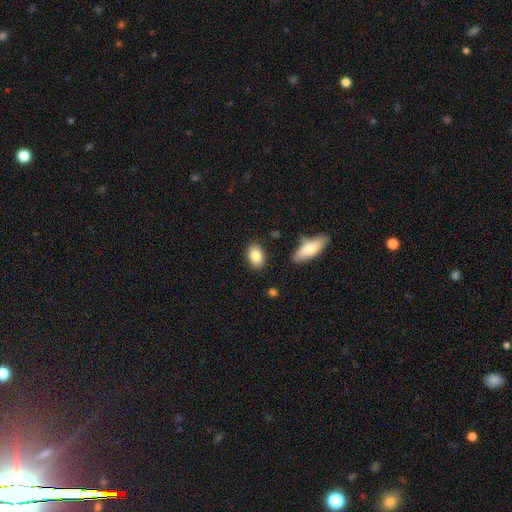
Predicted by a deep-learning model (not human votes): The model was most divided on "how rounded": in between: 86%, round: 12%, cigar-shaped: 2%. More confident: smooth or featured — smooth (86%); merging — none (85%).